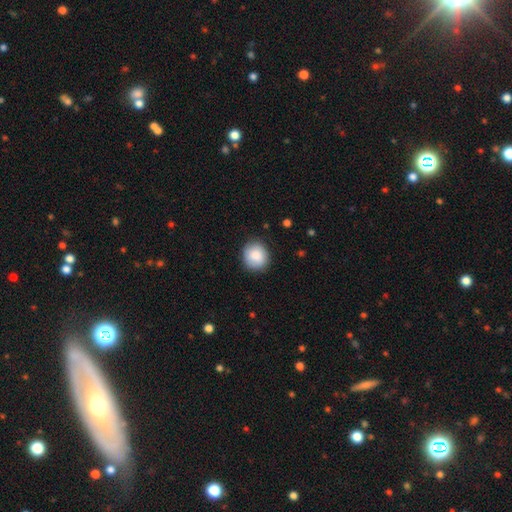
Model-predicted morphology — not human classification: A smooth galaxy with no disk features (87%) that is round (82%).

Vote fractions:
- Smooth or featured? smooth: 87% / featured or disk: 7% / star or artifact: 7%
- How rounded? round: 82% / in between: 17% / cigar-shaped: 1%
- Merging? none: 87% / minor disturbance: 10% / major disturbance: 2% / merger: 1%